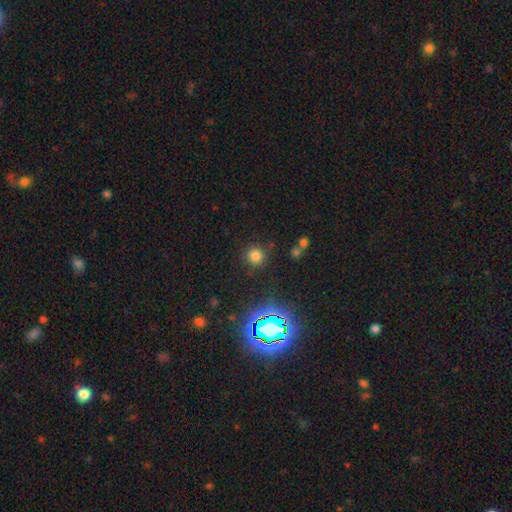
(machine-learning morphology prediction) A smooth galaxy with no disk features (73%) that is round (93%). Merging: none (85%).